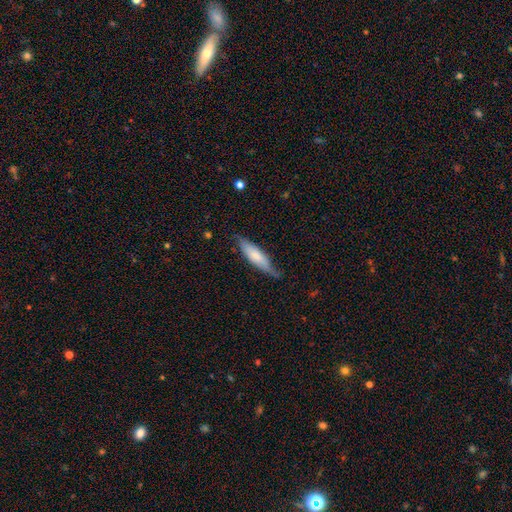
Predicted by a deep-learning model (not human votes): Morphology: type=smooth (62%); roundness=cigar-shaped (65%); merging=none (66%).